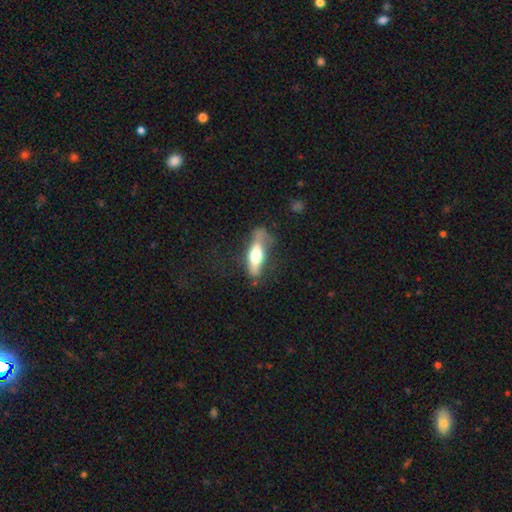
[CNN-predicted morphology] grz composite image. It shows a smooth galaxy with no disk features (48%). Merging: none (52%).